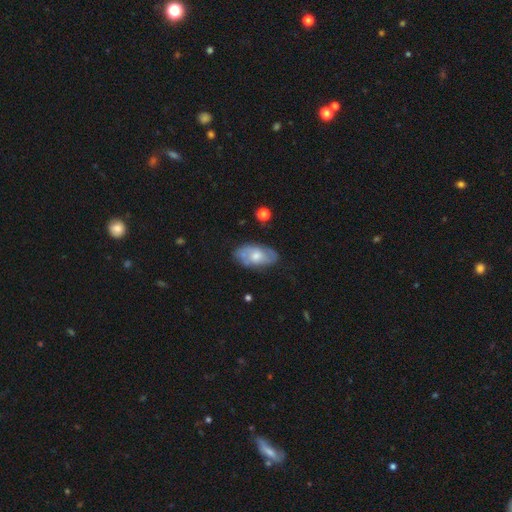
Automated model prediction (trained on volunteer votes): This is possibly a featured or disk galaxy (57%). It is clearly not viewed edge-on (93%). Bar: likely no (72%). Spiral arm pattern: likely yes (73%). Central bulge: possibly moderate (58%). Merging: likely none (71%).